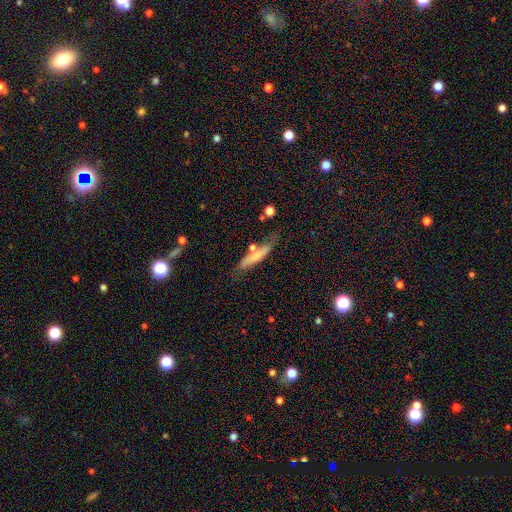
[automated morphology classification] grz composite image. It shows a smooth galaxy with no disk features (61%) that is cigar-shaped (84%). Merging: none (57%).